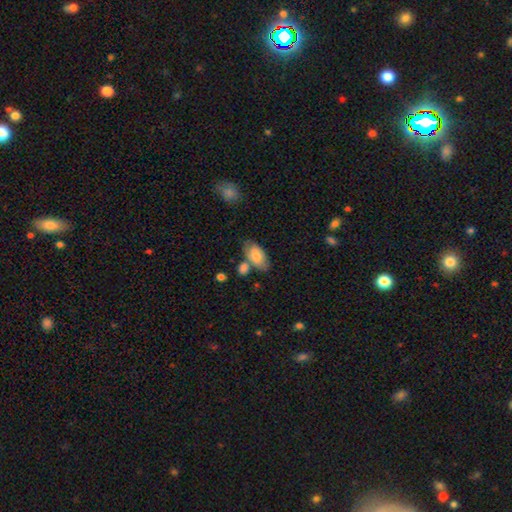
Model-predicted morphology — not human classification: This appears to be a smooth galaxy with no disk features (76%) that is in between round and cigar-shaped (92%). Merging: none (58%).